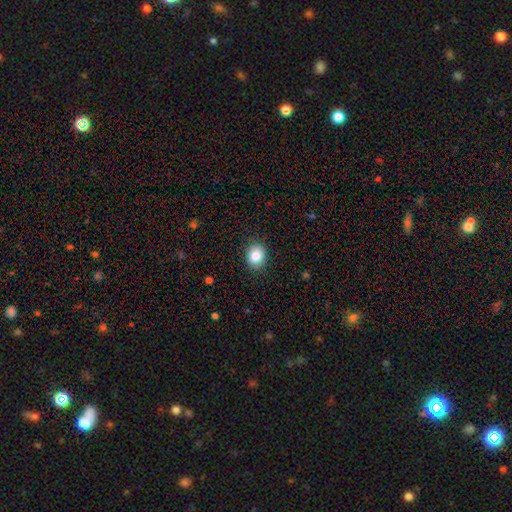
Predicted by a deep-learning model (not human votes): Morphology: type=smooth (85%); roundness=round (54%); merging=none (89%).